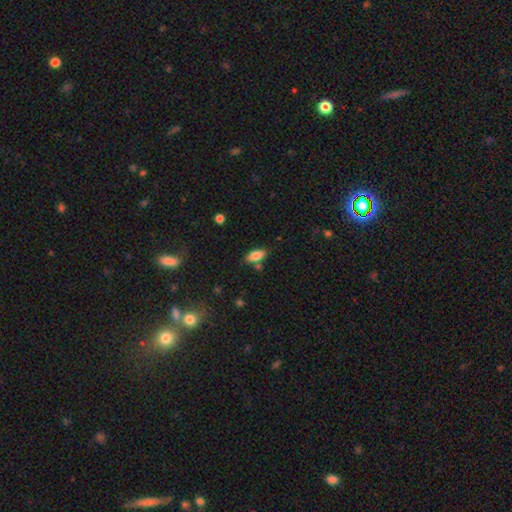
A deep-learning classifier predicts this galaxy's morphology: Smooth or featured? smooth (82%)
How rounded? in between (85%)
Merging? none (75%)